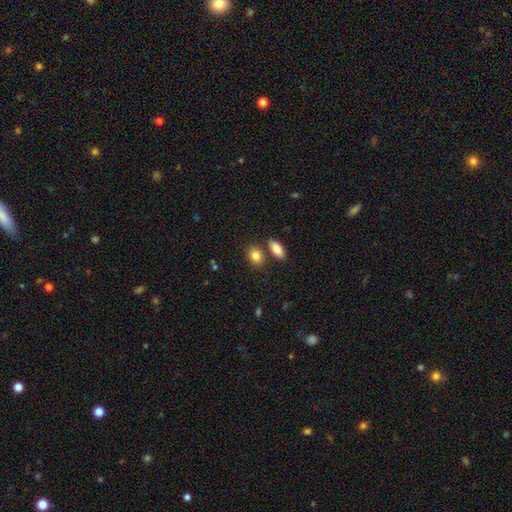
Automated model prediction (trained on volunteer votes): Smooth or featured? Predicted: smooth (p=0.84). How rounded? Predicted: in between (p=0.69). Merging? Predicted: none (p=0.67).